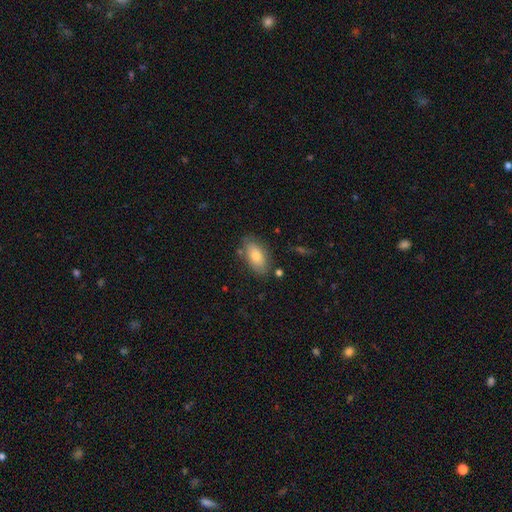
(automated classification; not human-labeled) Q: Smooth or featured?
A: smooth (77%); runner-up: featured or disk (16%)
Q: How rounded?
A: in between (91%); runner-up: cigar-shaped (5%)
Q: Merging?
A: none (77%); runner-up: minor disturbance (16%)